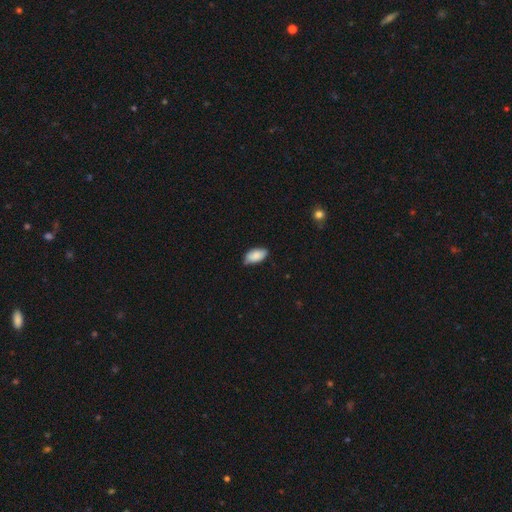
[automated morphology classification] Overall: smooth (85%). How rounded: in between (94%). Merging: none (69%).